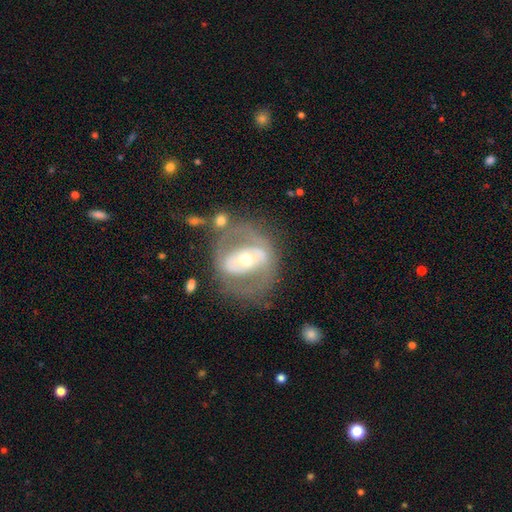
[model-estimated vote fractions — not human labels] smooth-or-featured: featured or disk: 70% | smooth: 23% | star or artifact: 6%
  disk-edge-on: no: 94% | yes: 6%
    bar: no: 42% | strong: 31% | weak: 27%
    has-spiral-arms: no: 61% | yes: 39%
    bulge-size: moderate: 66% | small: 23% | large: 8% | dominant: 1% | none: 1%
  merging: none: 57% | major disturbance: 18% | minor disturbance: 17% | merger: 7%